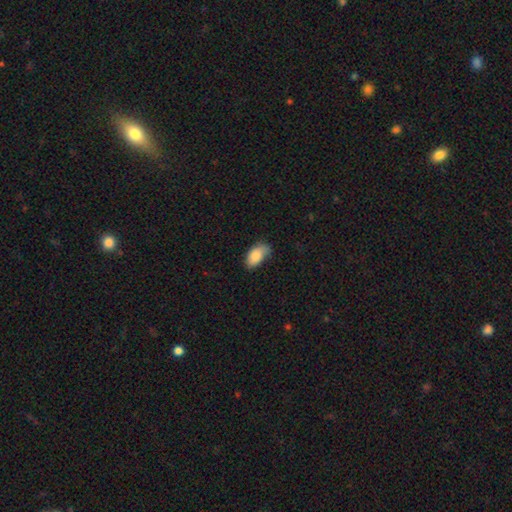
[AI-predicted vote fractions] smooth_or_featured: smooth (p=0.85) [alt: featured or disk p=0.09]
how_rounded: in between (p=0.94) [alt: round p=0.04]
merging: none (p=0.54) [alt: minor disturbance p=0.35]